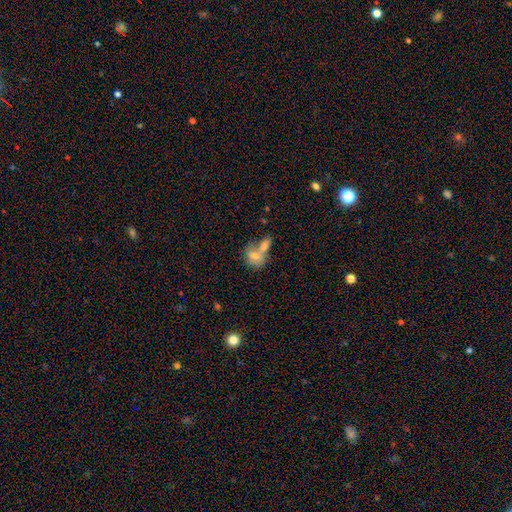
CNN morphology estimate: Overall: smooth (73%). How rounded: in between (73%). Merging: merger (64%).